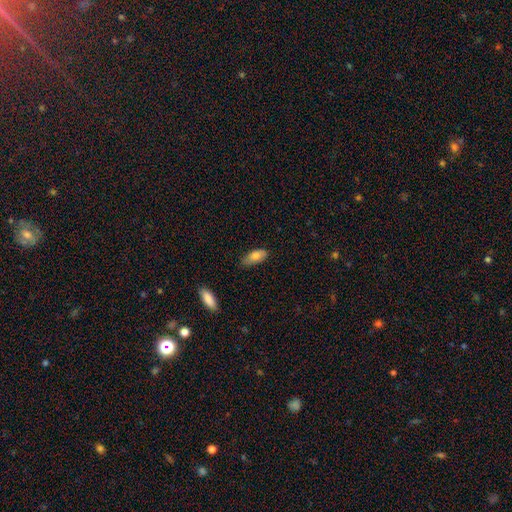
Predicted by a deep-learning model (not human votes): Smooth or featured: smooth — 81% (featured or disk — 13%)
How rounded: in between — 83% (cigar-shaped — 15%)
Merging: none — 71% (minor disturbance — 24%)